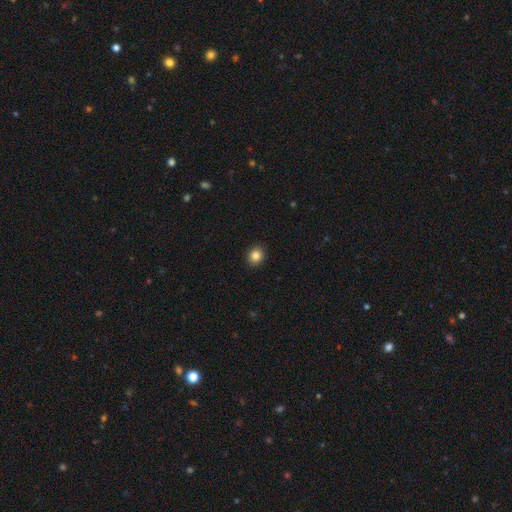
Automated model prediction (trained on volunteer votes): Smooth or featured? Predicted: smooth (p=0.84). How rounded? Predicted: round (p=0.66). Merging? Predicted: none (p=0.91).